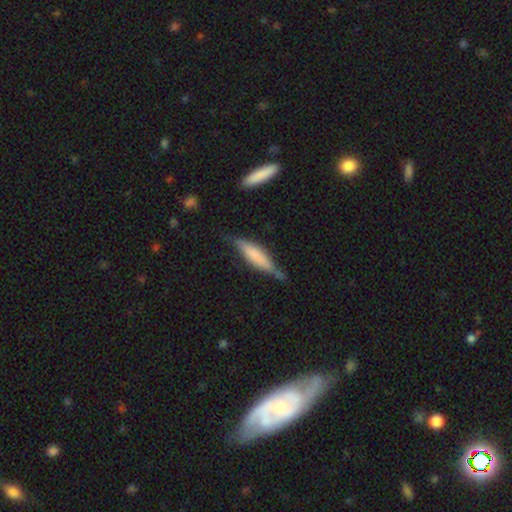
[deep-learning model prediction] A smooth galaxy with no disk features (49%).

Vote fractions:
- Smooth or featured? smooth: 49% / featured or disk: 45% / star or artifact: 6%
- Merging? none: 66% / minor disturbance: 24% / major disturbance: 6% / merger: 5%